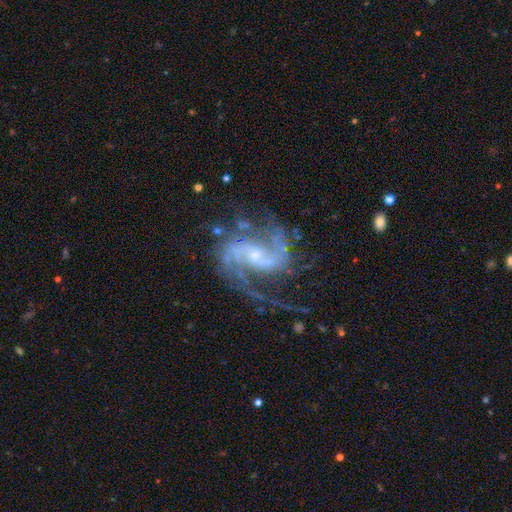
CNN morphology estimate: This is clearly a featured or disk galaxy (91%). It is clearly not viewed edge-on (98%). Bar: marginally weak (43%). Spiral arm pattern: clearly yes (98%). Spiral arm count: likely 2 (78%). Spiral winding: possibly medium (54%). Central bulge: likely small (62%). Merging: likely none (61%).